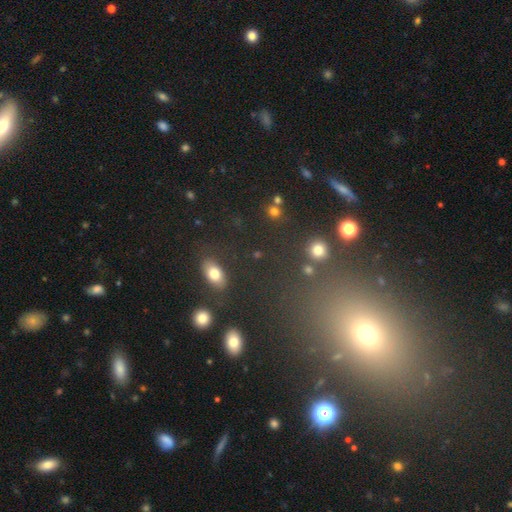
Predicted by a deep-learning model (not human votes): A smooth galaxy with no disk features (48%). Merging: none (82%).